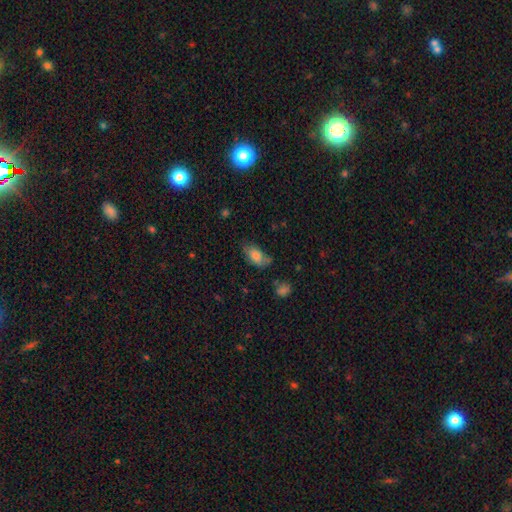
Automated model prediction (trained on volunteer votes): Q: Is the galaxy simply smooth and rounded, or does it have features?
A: smooth — 79%.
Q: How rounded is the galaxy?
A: in between — 91%.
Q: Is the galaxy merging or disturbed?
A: none — 57%.